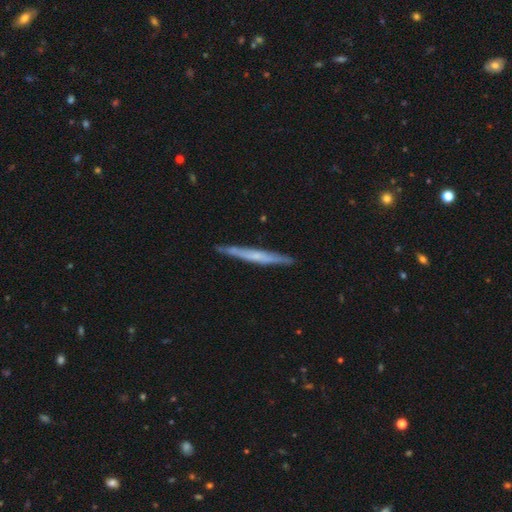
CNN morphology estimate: Smooth or featured? Predicted: featured or disk (p=0.56). Edge-on disk? Predicted: yes (p=0.95). Edge-on bulge? Predicted: none (p=0.65). Merging? Predicted: none (p=0.88).